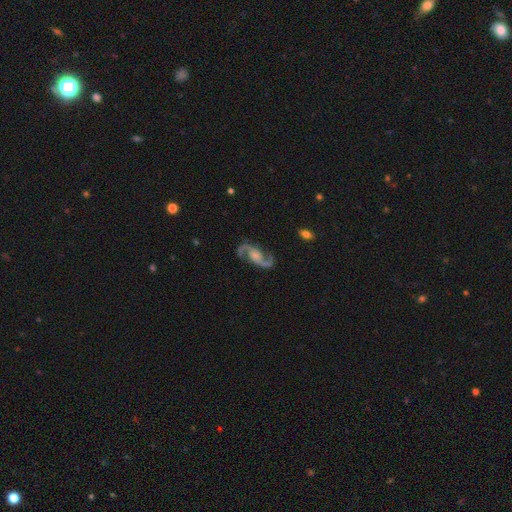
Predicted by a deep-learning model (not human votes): Smooth or featured?
  - featured or disk: 92% *
  - star or artifact: 4%
  - smooth: 3%
Edge-on disk?
  - no: 97% *
  - yes: 3%
Bar?
  - no: 55% *
  - weak: 34%
  - strong: 11%
Spiral arms?
  - yes: 98% *
  - no: 2%
Spiral winding?
  - medium: 48% *
  - loose: 44%
  - tight: 8%
Spiral arm count?
  - 2: 94% *
  - 1: 1%
  - can't tell: 1%
  - 3: 1%
  - 4: 1%
  - more than 4: 1%
Bulge size?
  - moderate: 32% *
  - small: 28%
  - none: 23%
  - large: 15%
  - dominant: 2%
Merging?
  - none: 81% *
  - minor disturbance: 12%
  - major disturbance: 5%
  - merger: 2%